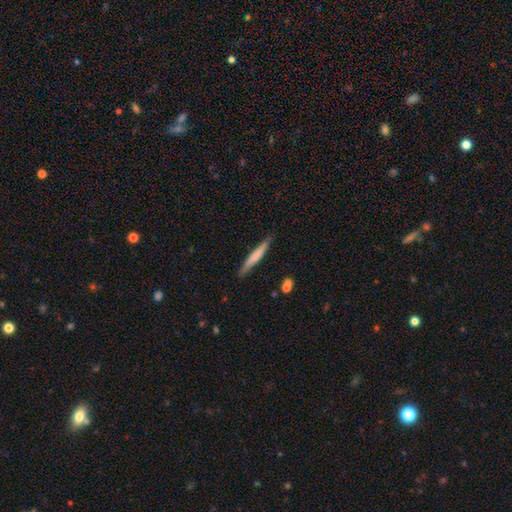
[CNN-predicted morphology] smooth-or-featured: smooth: 64% | featured or disk: 30% | star or artifact: 5%
  how-rounded: cigar-shaped: 95% | in between: 4% | round: 1%
  merging: none: 84% | minor disturbance: 12% | major disturbance: 2% | merger: 2%